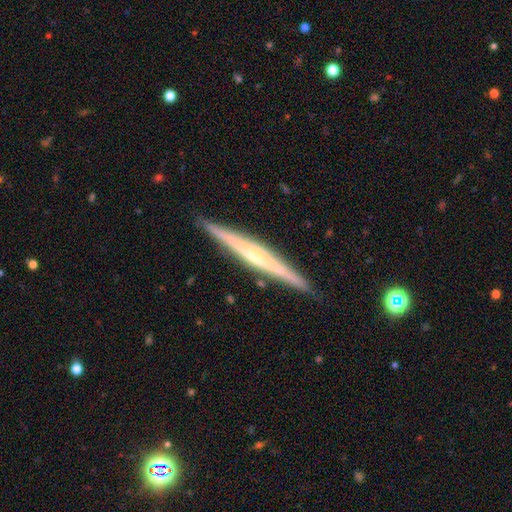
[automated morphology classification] The model was most divided on "edge-on bulge": rounded: 50%, none: 40%, boxy: 10%. More confident: edge-on disk — yes (97%); merging — none (90%); smooth or featured — featured or disk (74%).